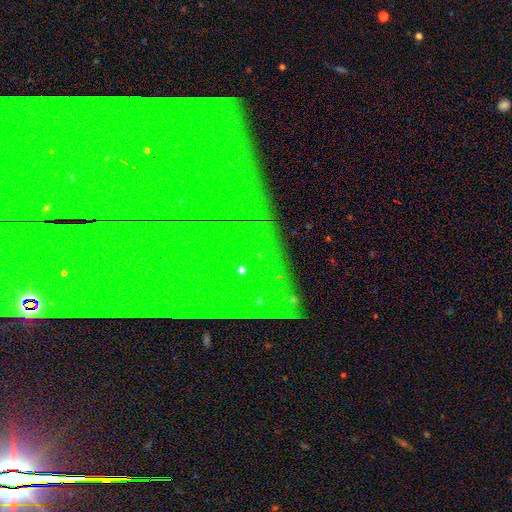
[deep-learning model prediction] Smooth or featured: star or artifact — 81% (featured or disk — 11%)